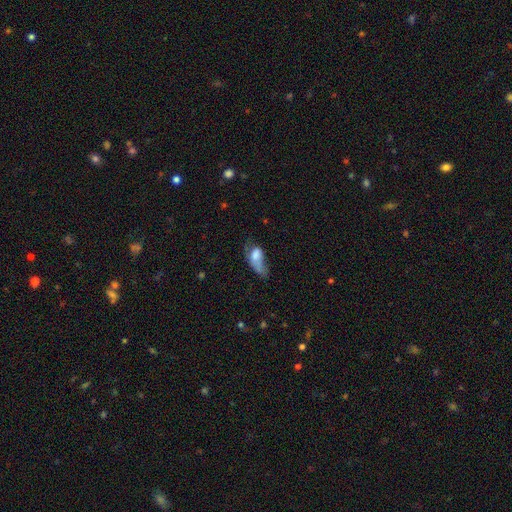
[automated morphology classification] This appears to be a smooth galaxy with no disk features (64%) that is in between round and cigar-shaped (84%). Merging: major disturbance (51%).